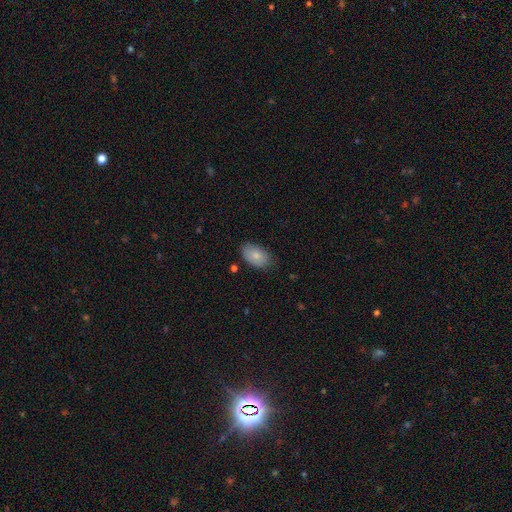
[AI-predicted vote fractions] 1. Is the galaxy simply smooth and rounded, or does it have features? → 82% smooth, 12% featured or disk, 7% star or artifact.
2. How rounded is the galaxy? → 92% in between, 7% round, 1% cigar-shaped.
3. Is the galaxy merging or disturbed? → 77% none, 18% minor disturbance, 3% major disturbance, 2% merger.